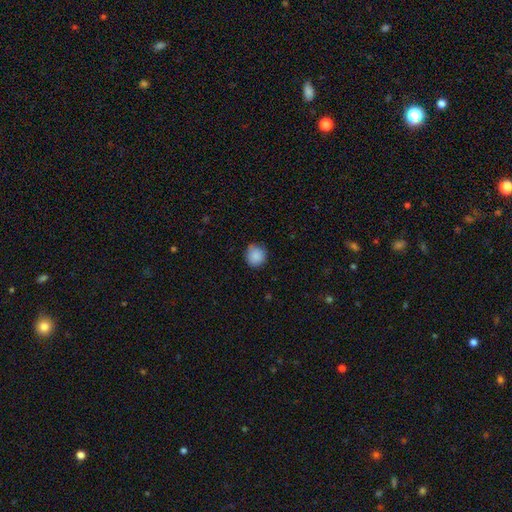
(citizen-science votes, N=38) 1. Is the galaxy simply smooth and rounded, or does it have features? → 89% smooth, 8% star or artifact, 3% featured or disk.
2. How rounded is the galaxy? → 94% round, 6% in between, 0% cigar-shaped.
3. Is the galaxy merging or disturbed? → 83% none, 11% minor disturbance, 3% major disturbance, 3% merger.